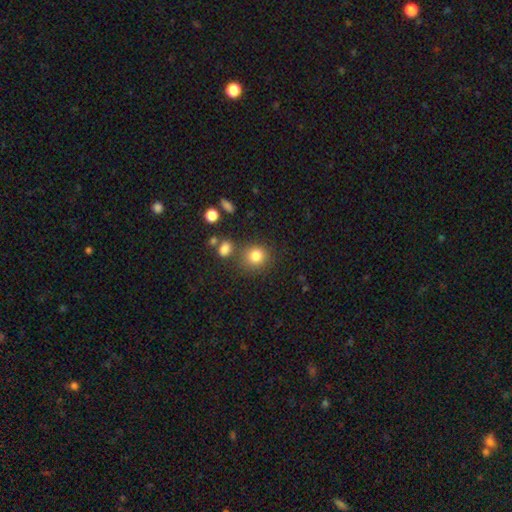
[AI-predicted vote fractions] Q: Smooth or featured?
A: smooth (82%); runner-up: star or artifact (12%)
Q: How rounded?
A: round (85%); runner-up: in between (14%)
Q: Merging?
A: none (77%); runner-up: minor disturbance (11%)